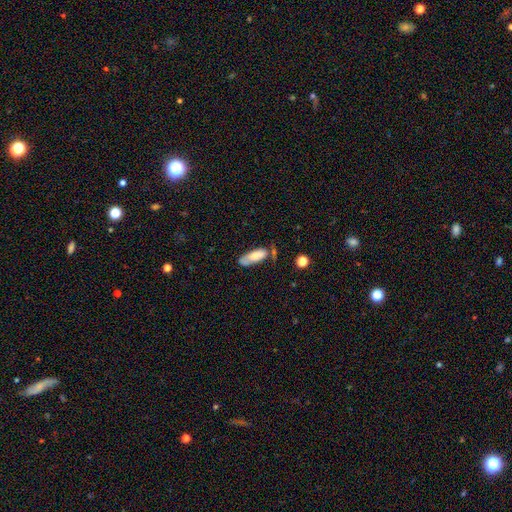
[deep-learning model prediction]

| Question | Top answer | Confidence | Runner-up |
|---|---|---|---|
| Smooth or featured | smooth | 74% | featured or disk (19%) |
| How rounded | in between | 72% | cigar-shaped (26%) |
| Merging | none | 38% | minor disturbance (30%) |